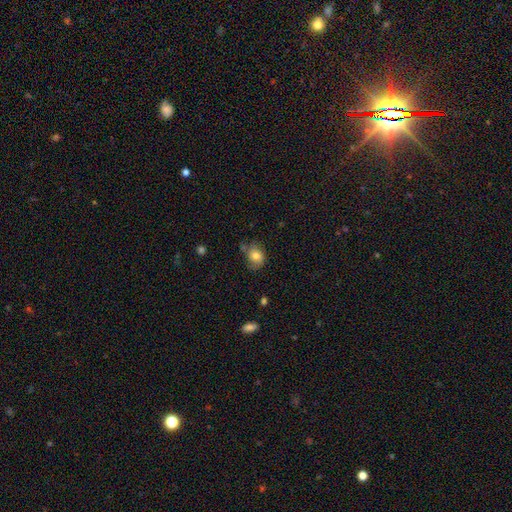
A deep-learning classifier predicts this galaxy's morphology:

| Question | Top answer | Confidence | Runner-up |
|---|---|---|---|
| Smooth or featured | smooth | 77% | featured or disk (14%) |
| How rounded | in between | 51% | round (48%) |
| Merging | none | 56% | minor disturbance (28%) |